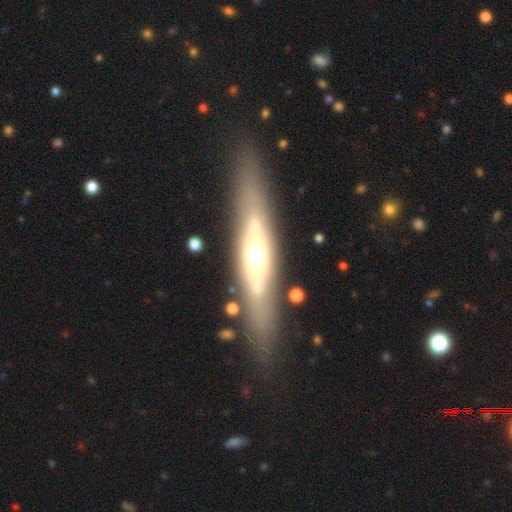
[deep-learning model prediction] Smooth or featured?
  - featured or disk: 67% *
  - smooth: 27%
  - star or artifact: 6%
Edge-on disk?
  - yes: 74% *
  - no: 26%
Merging?
  - none: 83% *
  - minor disturbance: 11%
  - major disturbance: 4%
  - merger: 2%